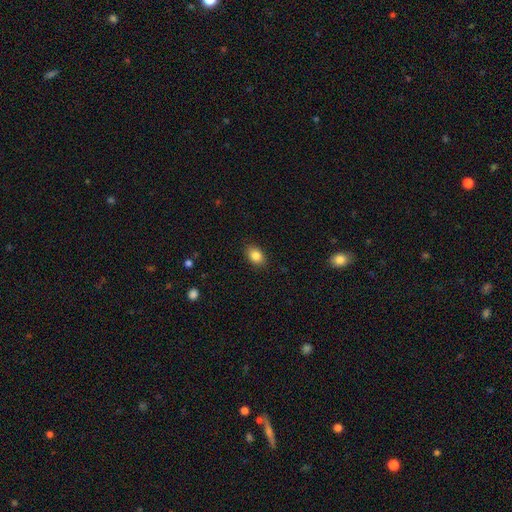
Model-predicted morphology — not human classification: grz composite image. It shows a smooth galaxy with no disk features (84%) that is in between round and cigar-shaped (78%). Merging: none (88%).